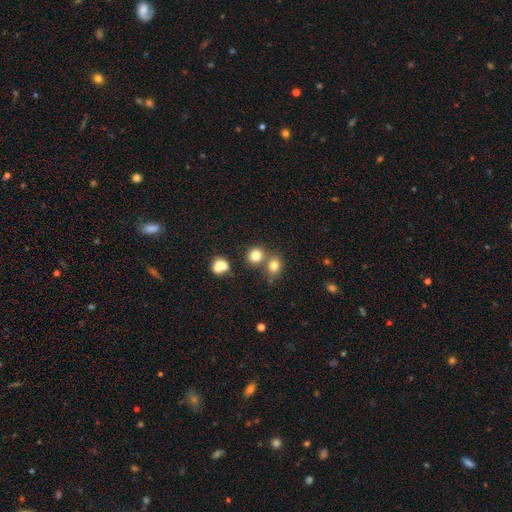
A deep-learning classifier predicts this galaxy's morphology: smooth-or-featured: smooth: 79% | star or artifact: 13% | featured or disk: 7%
  how-rounded: round: 83% | in between: 16% | cigar-shaped: 1%
  merging: none: 57% | merger: 31% | minor disturbance: 8% | major disturbance: 3%